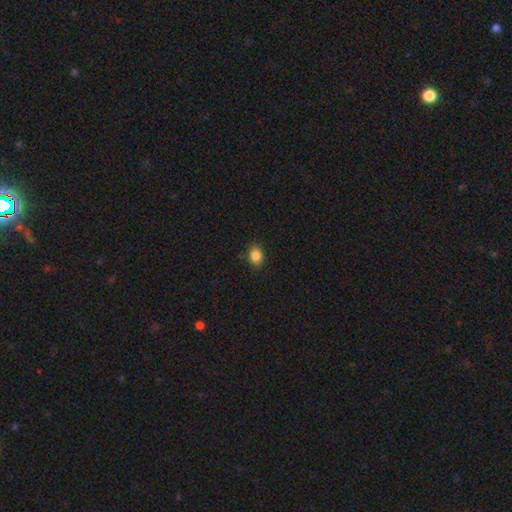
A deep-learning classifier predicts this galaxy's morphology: This is clearly a smooth galaxy (86%). How rounded: possibly in between (59%). Merging: clearly none (85%).